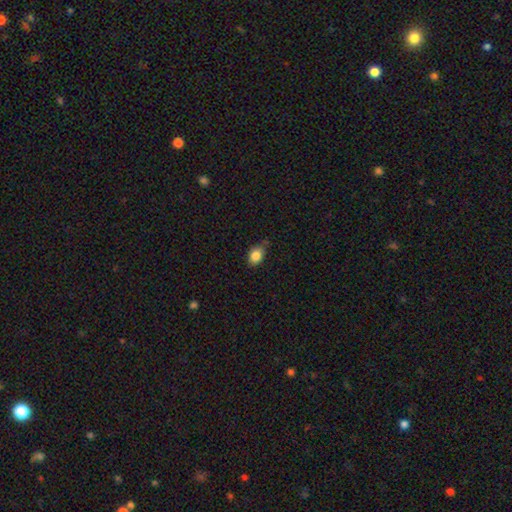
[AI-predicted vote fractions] A smooth galaxy with no disk features (85%) that is in between round and cigar-shaped (72%).

Vote fractions:
- Smooth or featured? smooth: 85% / star or artifact: 9% / featured or disk: 7%
- How rounded? in between: 72% / round: 27% / cigar-shaped: 1%
- Merging? none: 68% / minor disturbance: 25% / major disturbance: 4% / merger: 3%